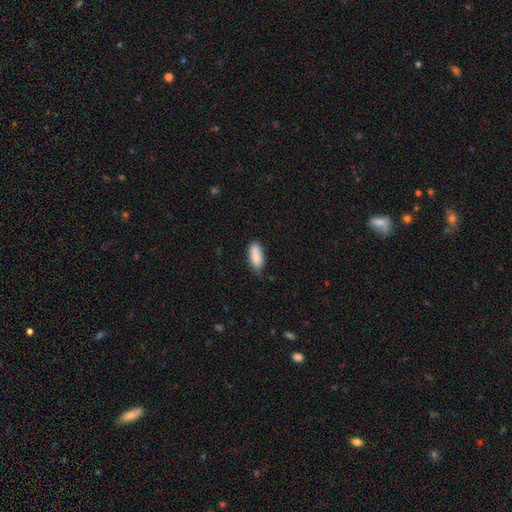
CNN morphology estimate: A smooth galaxy with no disk features (85%) that is in between round and cigar-shaped (80%).

Vote fractions:
- Smooth or featured? smooth: 85% / featured or disk: 8% / star or artifact: 7%
- How rounded? in between: 80% / cigar-shaped: 18% / round: 2%
- Merging? none: 69% / minor disturbance: 23% / merger: 4% / major disturbance: 4%